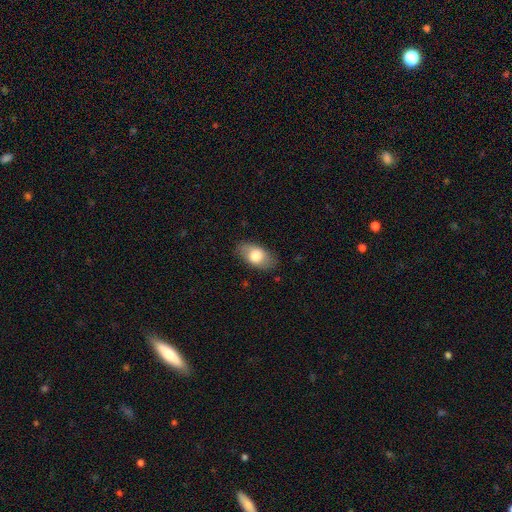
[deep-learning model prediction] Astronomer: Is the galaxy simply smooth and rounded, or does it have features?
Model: smooth — 75%.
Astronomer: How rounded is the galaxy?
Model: in between — 92%.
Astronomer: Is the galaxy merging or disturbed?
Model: none — 83%.